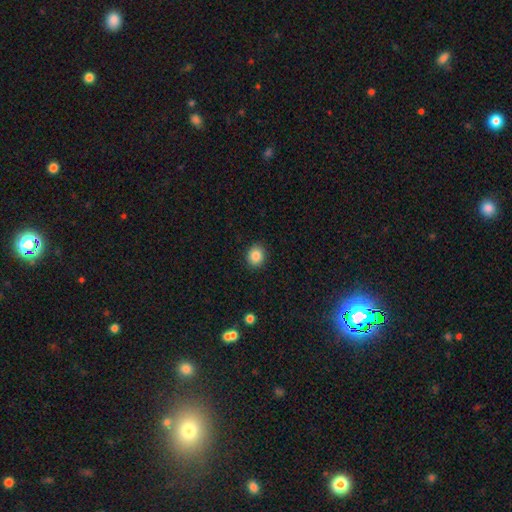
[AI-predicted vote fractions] A smooth galaxy with no disk features (86%) that is round (73%). Merging: none (90%).